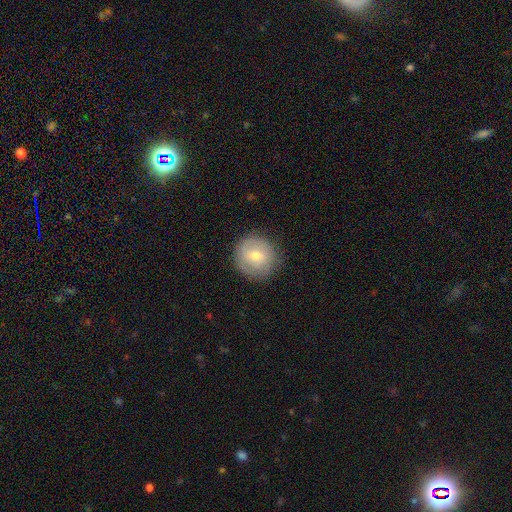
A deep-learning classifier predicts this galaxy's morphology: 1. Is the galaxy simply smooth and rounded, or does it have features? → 54% smooth, 37% featured or disk, 9% star or artifact.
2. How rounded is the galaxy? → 93% round, 6% in between, 1% cigar-shaped.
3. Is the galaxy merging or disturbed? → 84% none, 11% minor disturbance, 3% major disturbance, 1% merger.